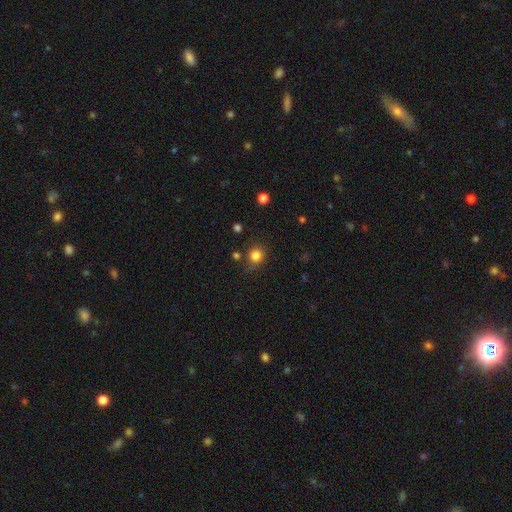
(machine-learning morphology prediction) This appears to be a smooth galaxy with no disk features (82%) that is round (88%). Merging: none (78%).